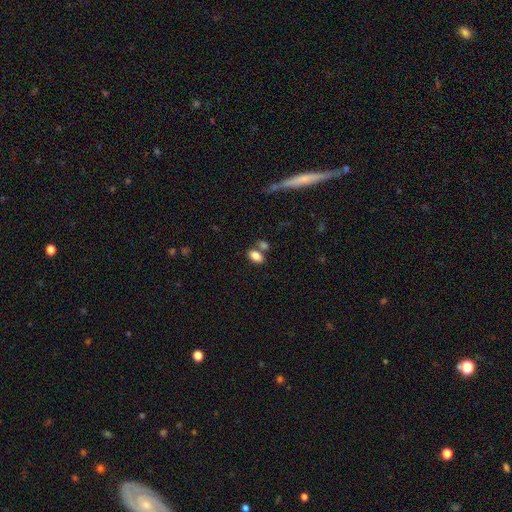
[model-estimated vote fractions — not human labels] Smooth or featured: smooth — 84% (star or artifact — 9%)
How rounded: in between — 90% (round — 7%)
Merging: none — 59% (merger — 25%)